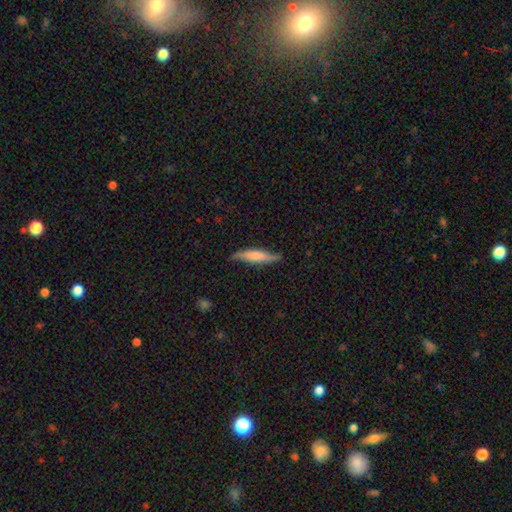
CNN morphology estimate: The model was most divided on "smooth or featured": smooth: 50%, featured or disk: 44%, star or artifact: 6%. More confident: how rounded — cigar-shaped (83%); merging — none (74%).